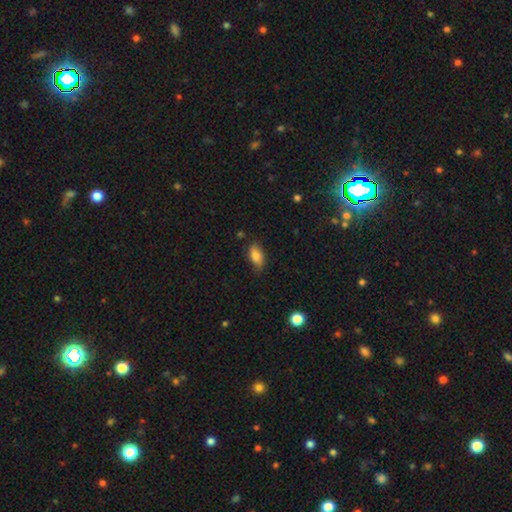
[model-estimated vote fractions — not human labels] Smooth or featured: smooth — 84% (featured or disk — 8%)
How rounded: in between — 90% (cigar-shaped — 5%)
Merging: none — 76% (minor disturbance — 19%)